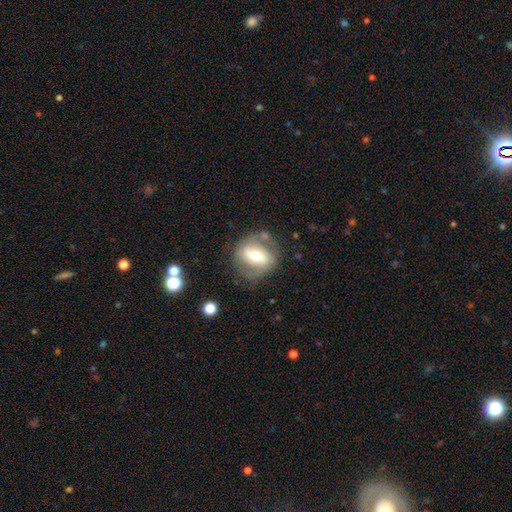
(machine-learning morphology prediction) A featured or disk galaxy (58%) with a strong bar (51%), spiral arms (50%, tied with no) and a moderate central bulge (64%). Merging: none (66%).